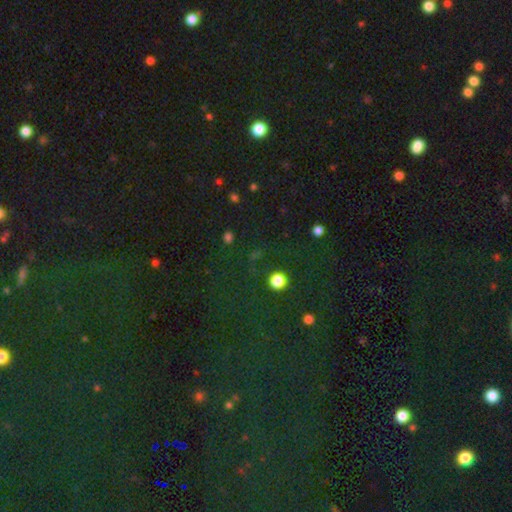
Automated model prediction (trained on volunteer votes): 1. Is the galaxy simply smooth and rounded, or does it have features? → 75% star or artifact, 17% smooth, 8% featured or disk.